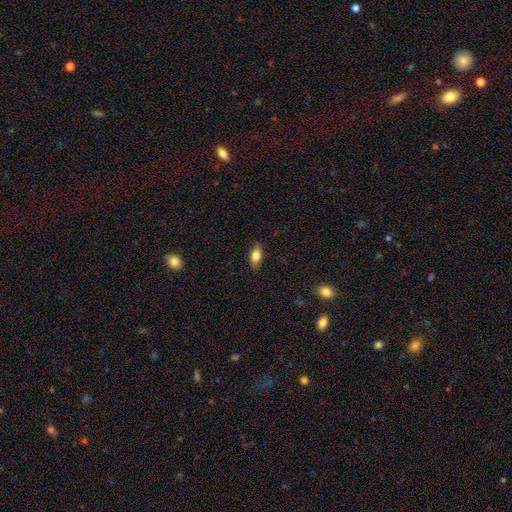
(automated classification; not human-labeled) A smooth galaxy with no disk features (78%) that is in between round and cigar-shaped (85%). Merging: none (82%).